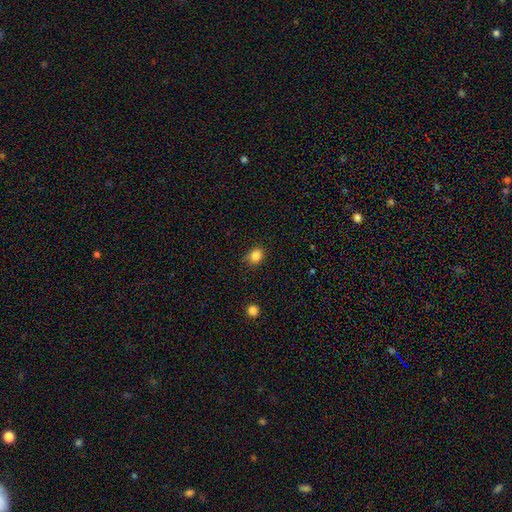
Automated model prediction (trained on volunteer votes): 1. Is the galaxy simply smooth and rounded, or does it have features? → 84% smooth, 11% star or artifact, 5% featured or disk.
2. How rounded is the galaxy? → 61% round, 39% in between, 1% cigar-shaped.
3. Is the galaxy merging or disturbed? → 75% none, 20% minor disturbance, 4% major disturbance, 1% merger.